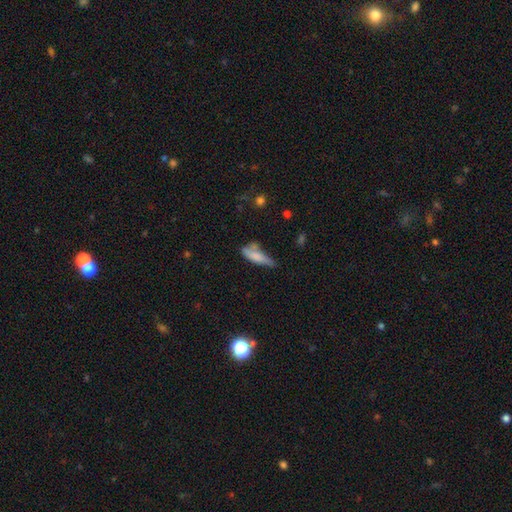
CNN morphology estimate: A smooth galaxy with no disk features (68%) that is cigar-shaped (57%). Merging: none (35%).